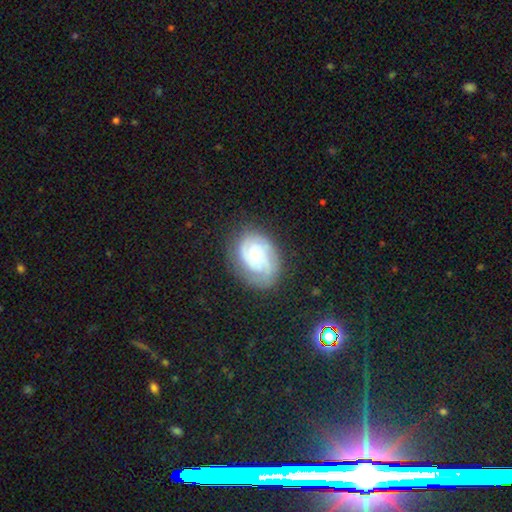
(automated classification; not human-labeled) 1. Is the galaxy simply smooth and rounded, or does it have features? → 78% featured or disk, 16% smooth, 6% star or artifact.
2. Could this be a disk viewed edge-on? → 98% no, 2% yes.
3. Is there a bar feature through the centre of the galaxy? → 72% no, 24% weak, 4% strong.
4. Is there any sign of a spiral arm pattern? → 95% yes, 5% no.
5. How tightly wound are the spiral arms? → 63% tight, 30% medium, 7% loose.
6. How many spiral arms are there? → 30% 3, 28% 2, 26% can't tell, 7% 4, 6% 1, 4% more than 4.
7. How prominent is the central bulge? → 59% small, 32% moderate, 4% large, 3% none, 1% dominant.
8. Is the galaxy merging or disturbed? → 73% none, 18% minor disturbance, 8% major disturbance, 1% merger.